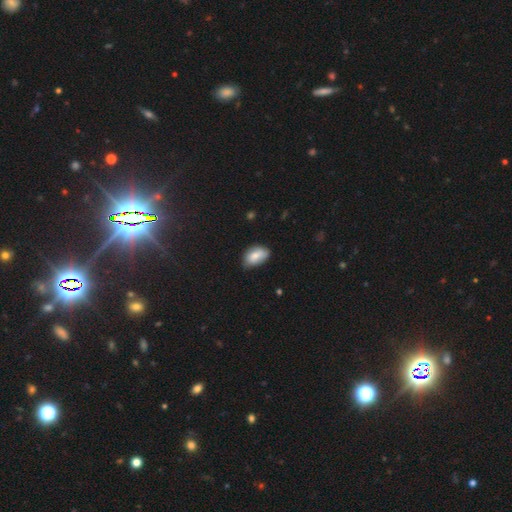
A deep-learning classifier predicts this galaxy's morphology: Smooth or featured? smooth (75%)
How rounded? in between (90%)
Merging? none (61%)